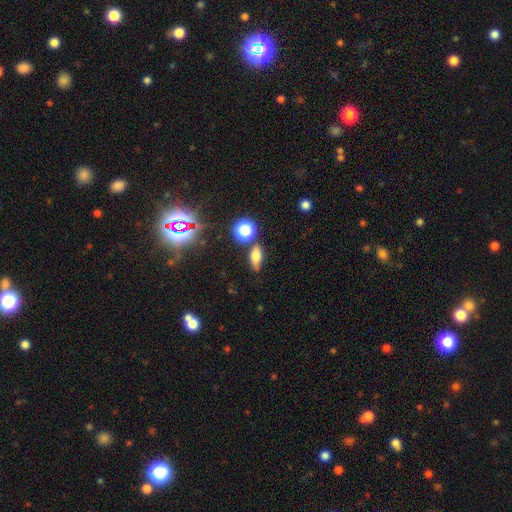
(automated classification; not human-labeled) smooth-or-featured: smooth: 64% | star or artifact: 18% | featured or disk: 17%
  how-rounded: in between: 68% | cigar-shaped: 19% | round: 13%
  merging: none: 71% | minor disturbance: 16% | merger: 8% | major disturbance: 5%